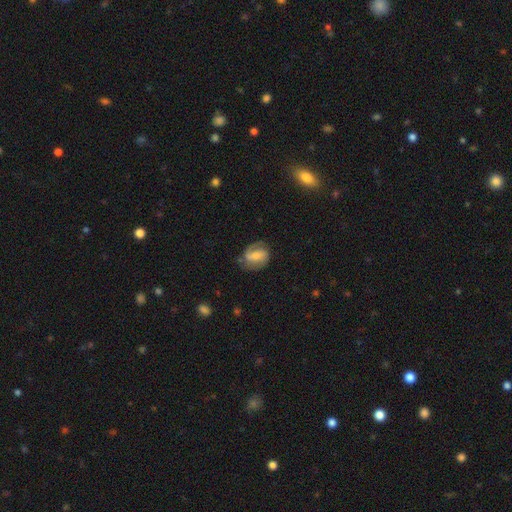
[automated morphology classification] smooth_or_featured: featured or disk (p=0.69) [alt: smooth p=0.24]
disk_edge_on: no (p=0.97) [alt: yes p=0.03]
bar: weak (p=0.44) [alt: strong p=0.36]
has_spiral_arms: yes (p=0.90) [alt: no p=0.10]
spiral_winding: medium (p=0.47) [alt: tight p=0.30]
spiral_arm_count: 2 (p=0.77) [alt: 1 p=0.13]
bulge_size: small (p=0.41) [alt: moderate p=0.39]
merging: none (p=0.70) [alt: minor disturbance p=0.20]